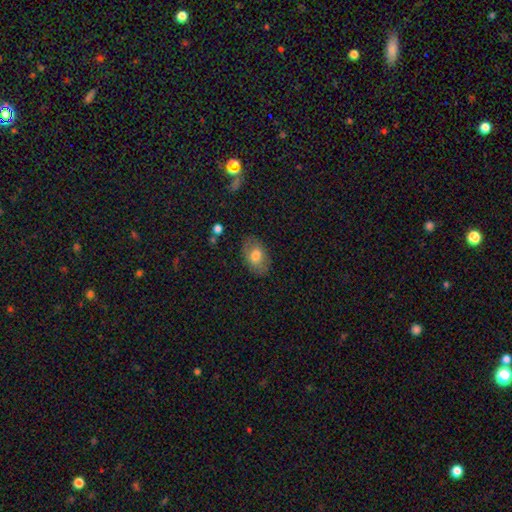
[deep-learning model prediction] Smooth or featured: smooth — 72% (featured or disk — 21%)
How rounded: in between — 86% (round — 12%)
Merging: none — 80% (minor disturbance — 14%)